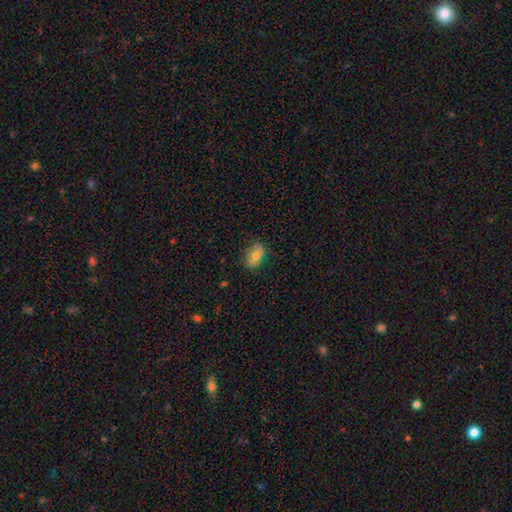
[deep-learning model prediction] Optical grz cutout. It shows a smooth galaxy with no disk features (75%) that is in between round and cigar-shaped (85%). Merging: none (81%).